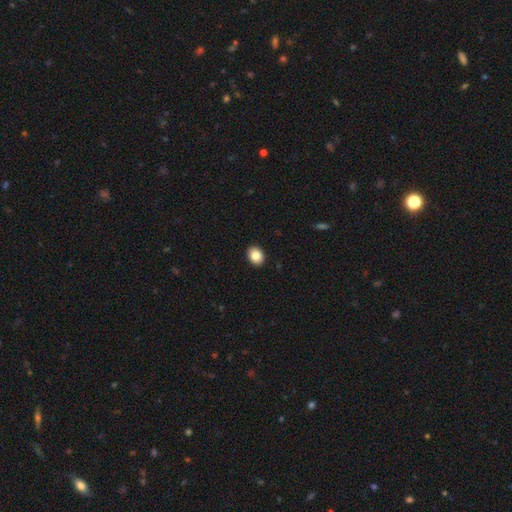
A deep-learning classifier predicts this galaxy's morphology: The model was most divided on "how rounded": in between: 60%, round: 39%, cigar-shaped: 1%. More confident: merging — none (91%); smooth or featured — smooth (85%).